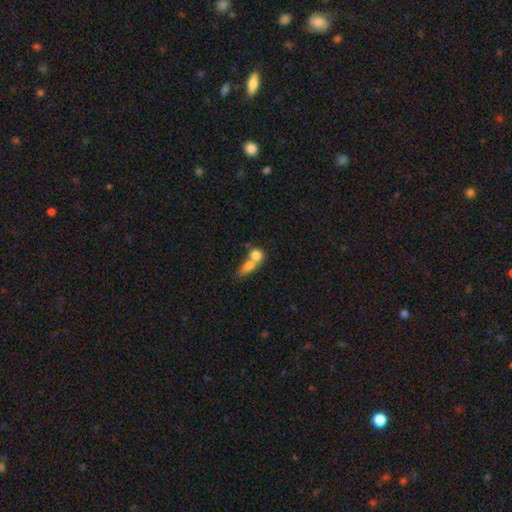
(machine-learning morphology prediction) Smooth or featured? Predicted: smooth (p=0.76). How rounded? Predicted: round (p=0.49). Merging? Predicted: merger (p=0.71).